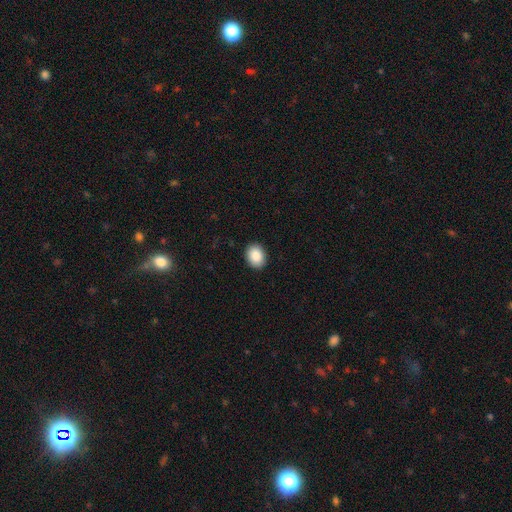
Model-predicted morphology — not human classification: Smooth or featured?
  - smooth: 88% *
  - star or artifact: 8%
  - featured or disk: 4%
How rounded?
  - in between: 59% *
  - round: 41%
  - cigar-shaped: 1%
Merging?
  - none: 90% *
  - minor disturbance: 7%
  - major disturbance: 2%
  - merger: 1%